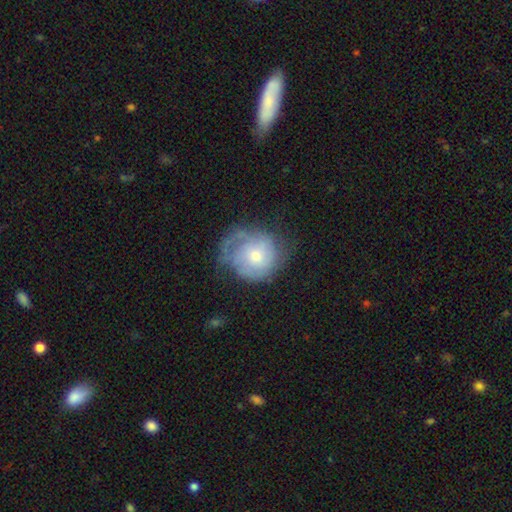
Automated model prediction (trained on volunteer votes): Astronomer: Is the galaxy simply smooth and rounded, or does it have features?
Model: featured or disk — 59% (runner-up: smooth, 34%).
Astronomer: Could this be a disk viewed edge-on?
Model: no — 97%.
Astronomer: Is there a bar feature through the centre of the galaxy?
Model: no — 79%.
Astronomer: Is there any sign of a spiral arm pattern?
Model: yes — 78%.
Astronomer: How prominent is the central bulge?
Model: moderate — 48% (runner-up: small, 46%).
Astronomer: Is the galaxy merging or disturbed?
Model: none — 51% (runner-up: minor disturbance, 27%).